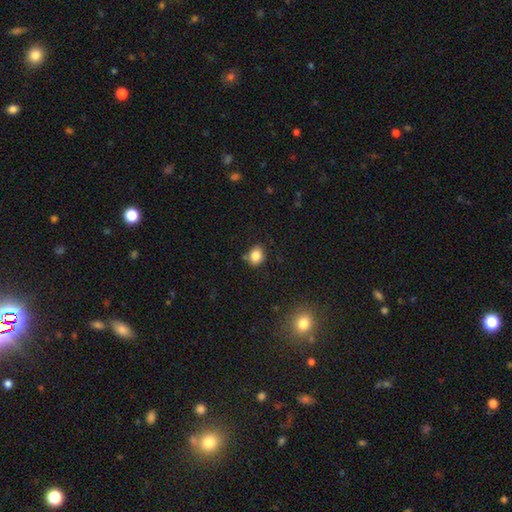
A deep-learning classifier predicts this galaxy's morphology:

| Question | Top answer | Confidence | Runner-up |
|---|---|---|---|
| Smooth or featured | smooth | 84% | star or artifact (11%) |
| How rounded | round | 59% | in between (40%) |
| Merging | none | 75% | minor disturbance (15%) |